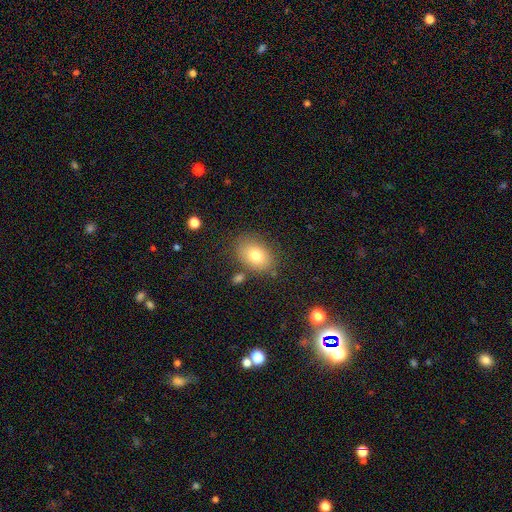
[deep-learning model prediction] Smooth or featured: smooth — 78% (featured or disk — 13%)
How rounded: in between — 80% (round — 19%)
Merging: none — 77% (minor disturbance — 14%)